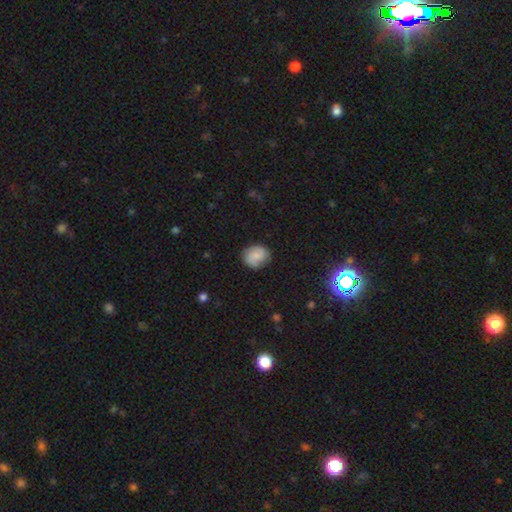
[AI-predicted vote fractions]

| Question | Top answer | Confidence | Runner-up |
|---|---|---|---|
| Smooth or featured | smooth | 66% | featured or disk (26%) |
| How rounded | round | 71% | in between (28%) |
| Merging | none | 80% | minor disturbance (15%) |